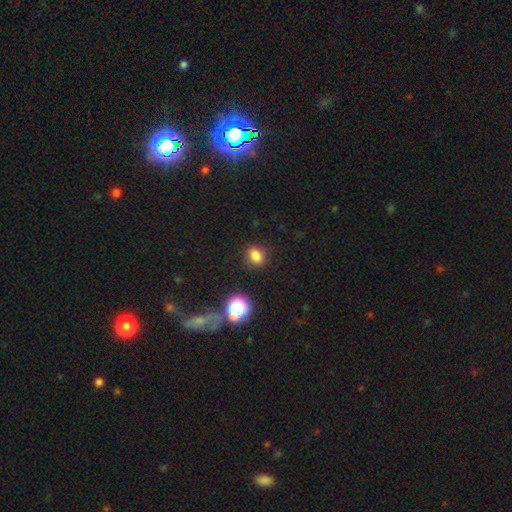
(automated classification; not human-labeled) This appears to be a smooth galaxy with no disk features (79%) that is round (57%). Merging: none (85%).